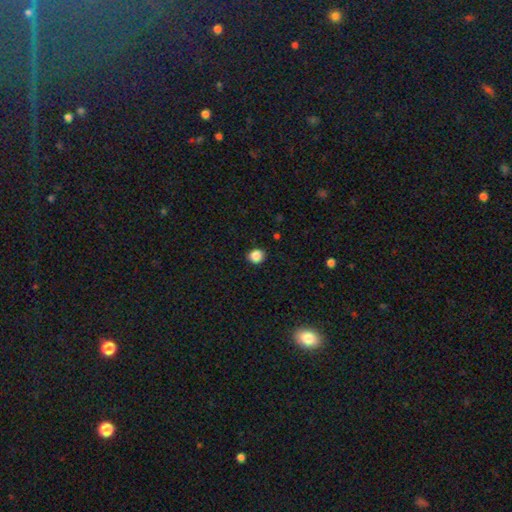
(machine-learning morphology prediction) This is clearly a smooth galaxy (87%). How rounded: clearly round (86%). Merging: clearly none (91%).